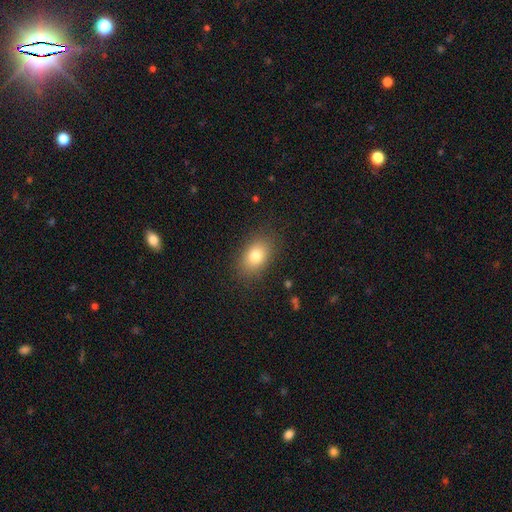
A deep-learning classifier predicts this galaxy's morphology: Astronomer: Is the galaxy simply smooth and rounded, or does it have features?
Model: smooth — 78%.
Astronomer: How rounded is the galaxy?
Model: in between — 79%.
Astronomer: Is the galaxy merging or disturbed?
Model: none — 85%.